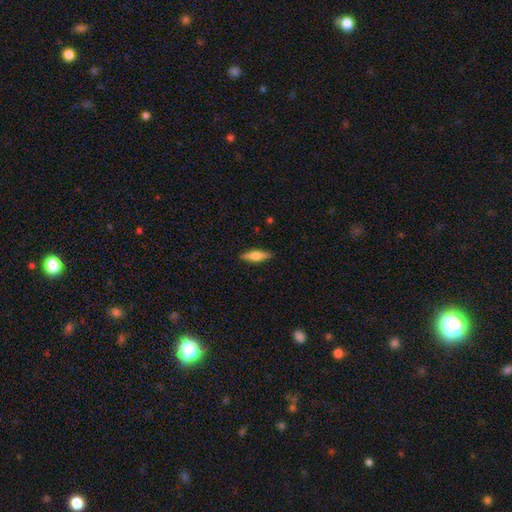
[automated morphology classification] type=smooth (51%); roundness=cigar-shaped (57%); merging=none (89%).